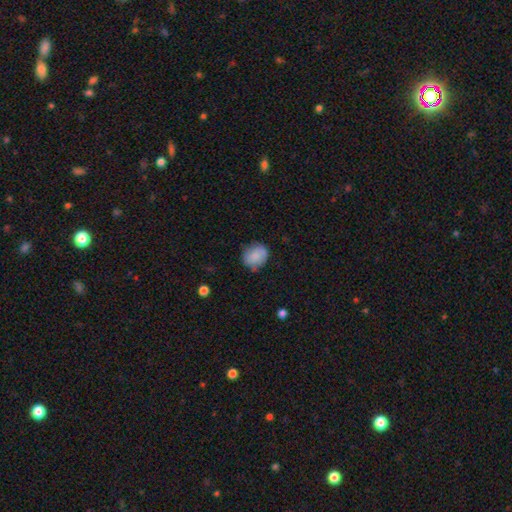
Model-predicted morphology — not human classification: type=smooth (81%); roundness=round (68%); merging=none (70%).